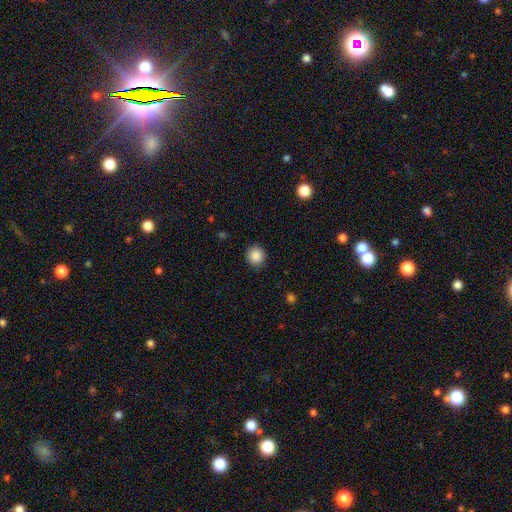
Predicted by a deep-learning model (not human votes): Morphology: type=smooth (88%); roundness=round (89%); merging=none (89%).